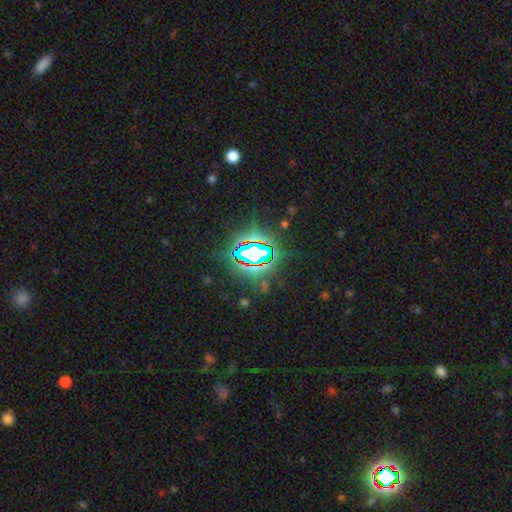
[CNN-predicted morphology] type=star or artifact (76%).